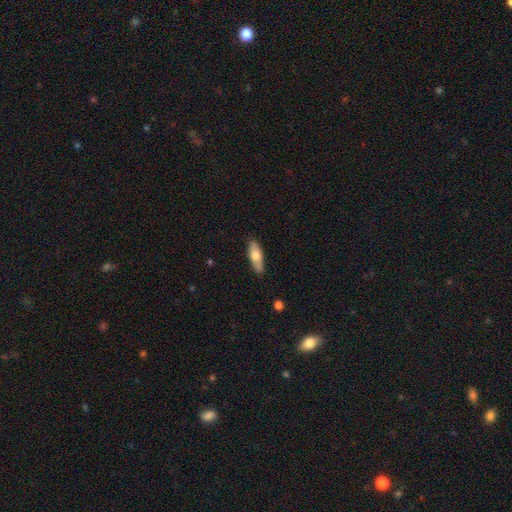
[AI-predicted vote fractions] A smooth galaxy with no disk features (63%) that is in between round and cigar-shaped (57%). Merging: none (87%).